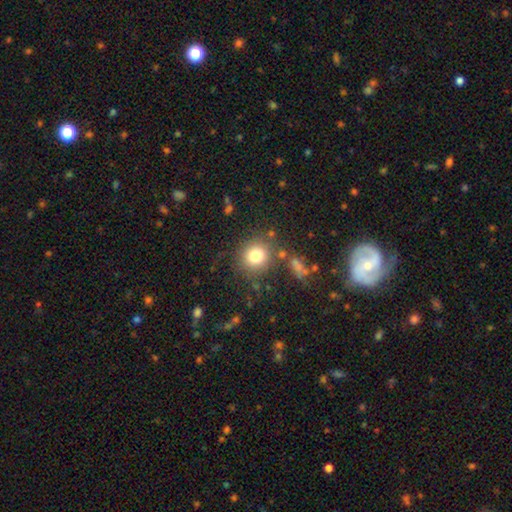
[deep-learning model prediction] smooth 79%, star or artifact 12%, featured or disk 9%. Down the decision tree: how rounded — round (88%); merging — none (79%).